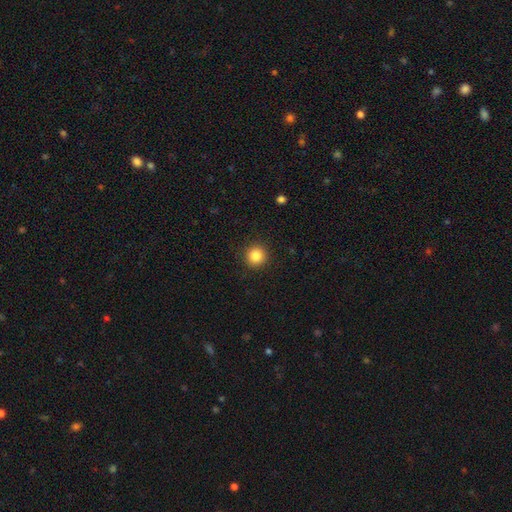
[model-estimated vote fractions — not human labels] A smooth galaxy with no disk features (85%) that is round (95%). Merging: none (92%).